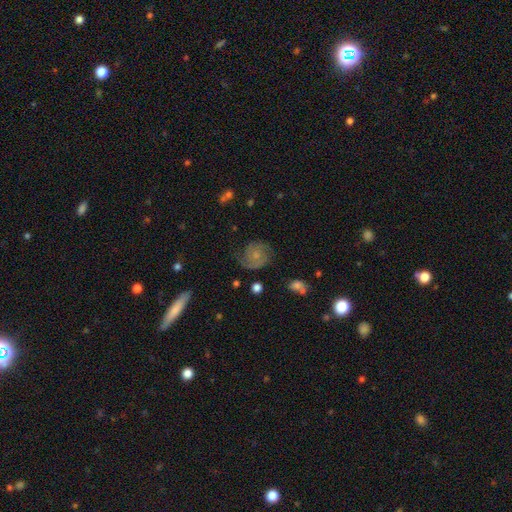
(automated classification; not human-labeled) Smooth or featured: featured or disk — 73% (smooth — 19%)
Edge-on disk: no — 98% (yes — 2%)
Bar: no — 73% (weak — 24%)
Spiral arms: yes — 94% (no — 6%)
Spiral winding: tight — 43% (medium — 40%)
Spiral arm count: 2 — 60% (1 — 15%)
Bulge size: small — 53% (moderate — 31%)
Merging: none — 63% (minor disturbance — 21%)